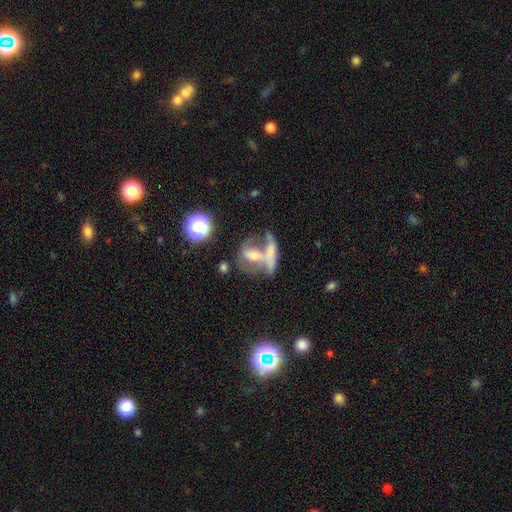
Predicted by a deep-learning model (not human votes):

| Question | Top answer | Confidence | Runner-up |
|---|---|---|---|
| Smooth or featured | featured or disk | 45% | smooth (41%) |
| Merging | merger | 56% | none (19%) |